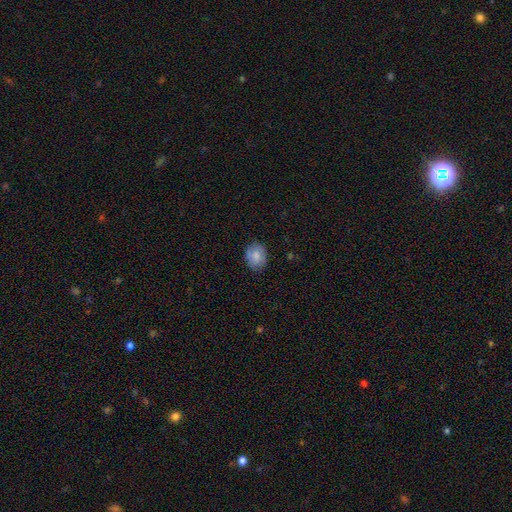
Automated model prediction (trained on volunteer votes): This appears to be a smooth galaxy with no disk features (78%) that is round (50%). Merging: none (81%).